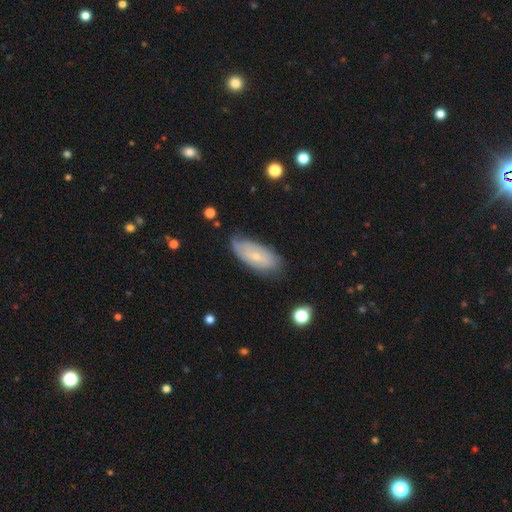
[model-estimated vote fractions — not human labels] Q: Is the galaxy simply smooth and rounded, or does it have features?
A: smooth — 50%.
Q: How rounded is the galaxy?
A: in between — 85%.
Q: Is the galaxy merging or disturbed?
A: none — 63%.